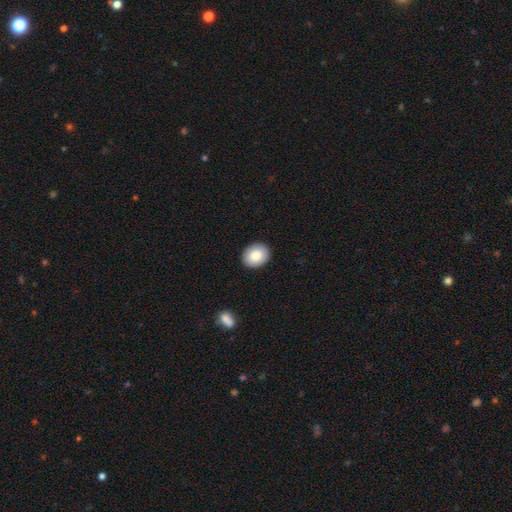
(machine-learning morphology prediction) The model was most divided on "how rounded": in between: 57%, round: 43%, cigar-shaped: 1%. More confident: merging — none (90%); smooth or featured — smooth (87%).